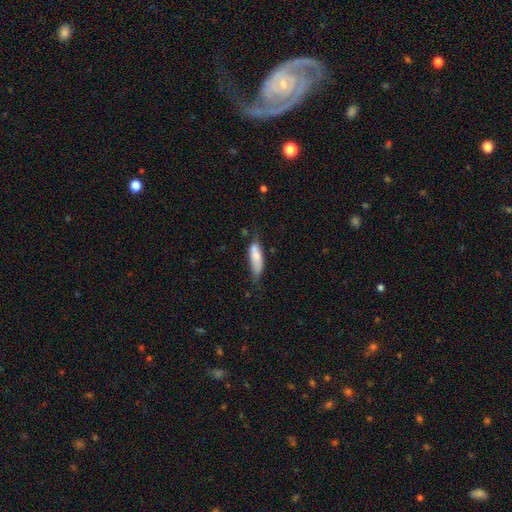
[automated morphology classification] This is likely a smooth galaxy (75%). How rounded: possibly in between (55%). Merging: marginally none (45%).